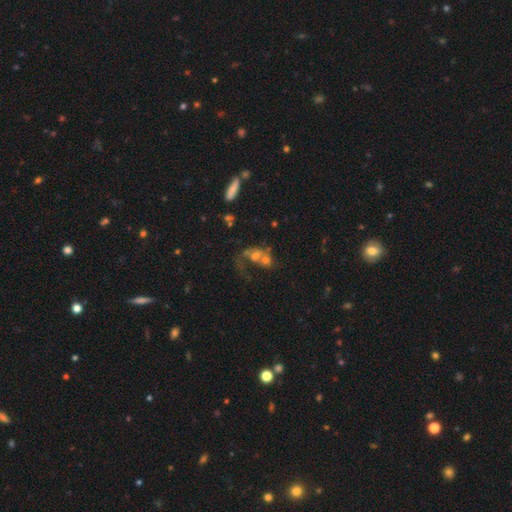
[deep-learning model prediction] Q: Smooth or featured?
A: featured or disk (48%); runner-up: smooth (35%)
Q: Merging?
A: merger (63%); runner-up: none (16%)